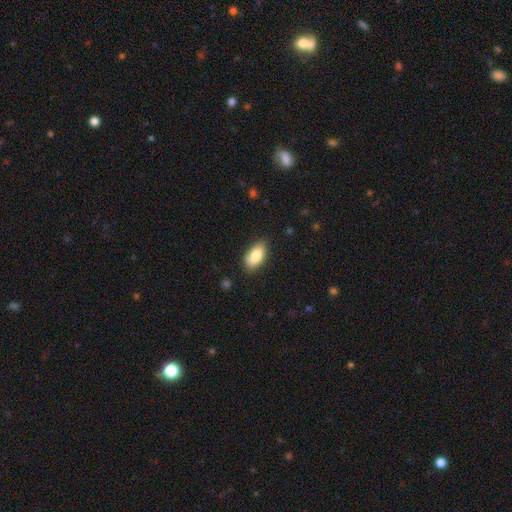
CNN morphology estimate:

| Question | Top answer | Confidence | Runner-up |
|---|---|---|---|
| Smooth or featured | smooth | 83% | featured or disk (10%) |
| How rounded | in between | 92% | round (4%) |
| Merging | none | 80% | minor disturbance (15%) |